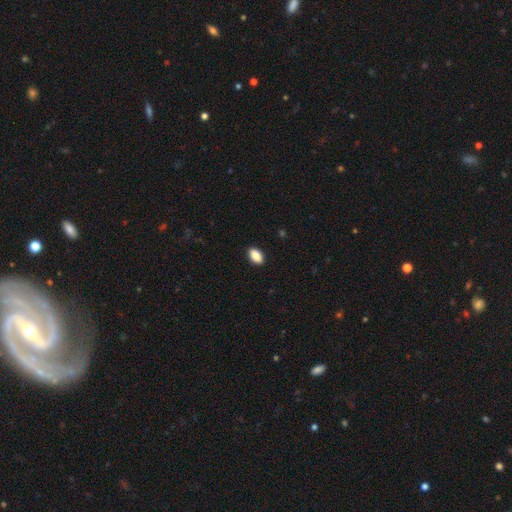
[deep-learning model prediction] Q: Smooth or featured?
A: smooth (89%); runner-up: star or artifact (7%)
Q: How rounded?
A: in between (91%); runner-up: round (7%)
Q: Merging?
A: none (90%); runner-up: minor disturbance (8%)